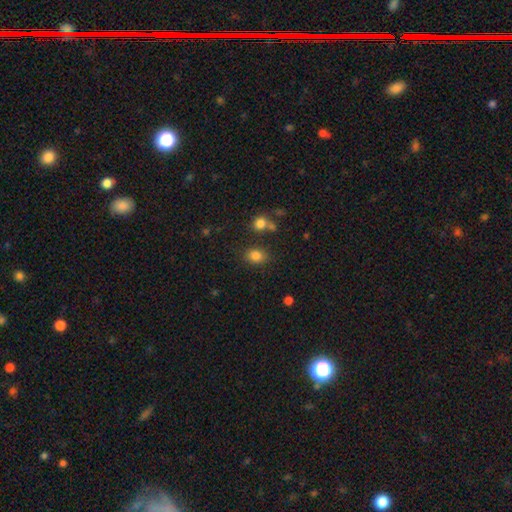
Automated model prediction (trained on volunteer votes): Smooth or featured? smooth (83%)
How rounded? in between (61%)
Merging? none (77%)